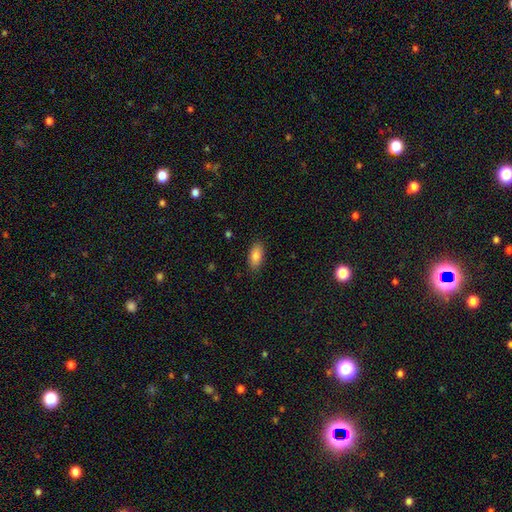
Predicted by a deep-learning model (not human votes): Morphology: type=smooth (86%); roundness=in between (90%); merging=none (87%).